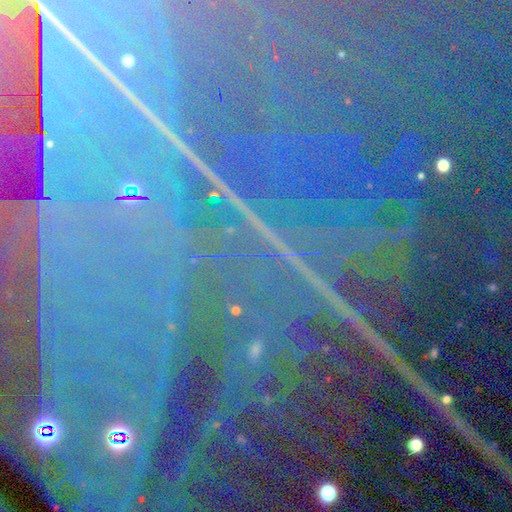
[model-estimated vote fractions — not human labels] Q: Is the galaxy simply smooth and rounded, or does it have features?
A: star or artifact — 89%.